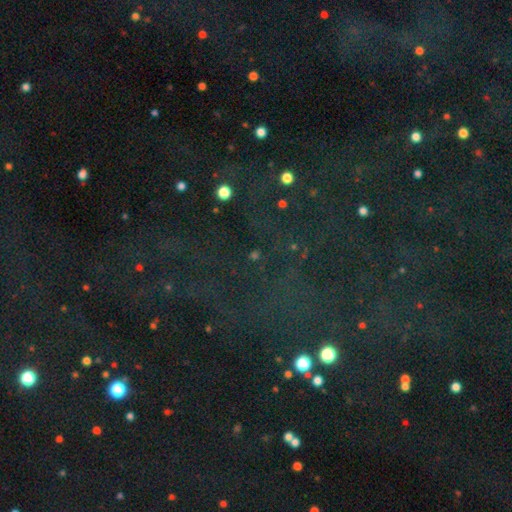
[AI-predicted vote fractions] smooth-or-featured: star or artifact: 72% | smooth: 18% | featured or disk: 10%